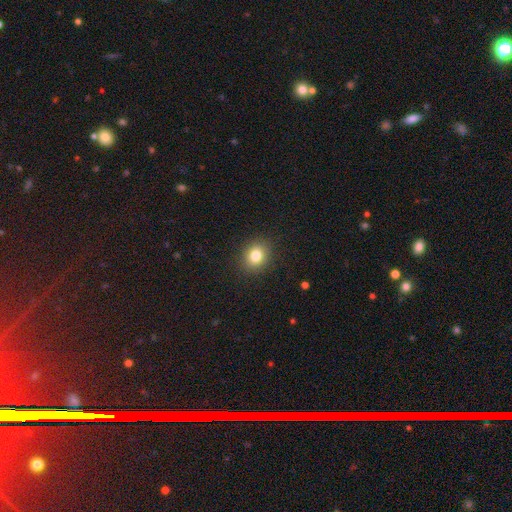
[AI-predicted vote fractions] Overall: smooth (81%). How rounded: round (62%; in between 37%). Merging: none (89%).